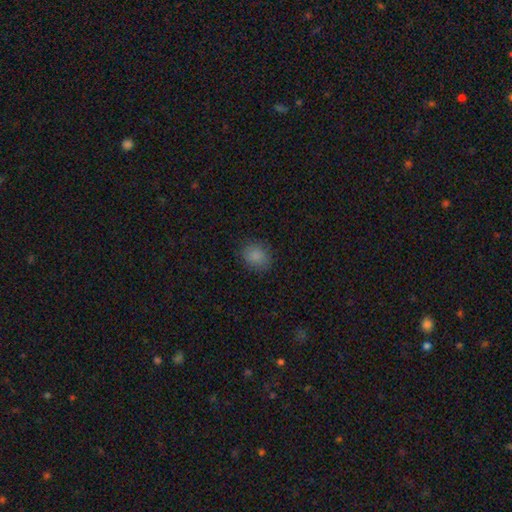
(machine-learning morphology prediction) smooth-or-featured: smooth: 86% | star or artifact: 10% | featured or disk: 4%
  how-rounded: round: 64% | in between: 35% | cigar-shaped: 1%
  merging: none: 84% | minor disturbance: 12% | major disturbance: 3% | merger: 1%